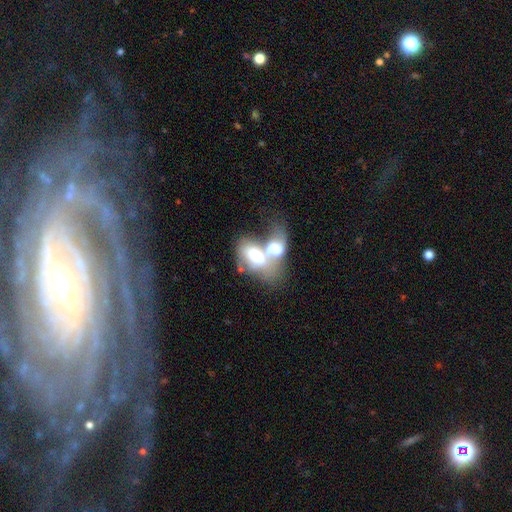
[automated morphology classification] Smooth or featured: smooth — 57% (featured or disk — 35%)
How rounded: in between — 88% (round — 9%)
Merging: merger — 76% (major disturbance — 11%)